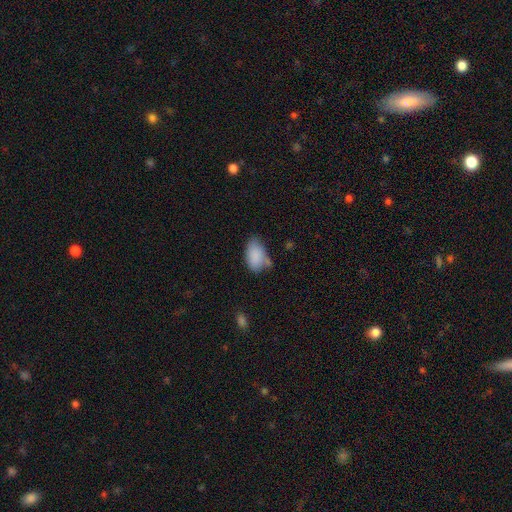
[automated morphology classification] A smooth galaxy with no disk features (85%) that is in between round and cigar-shaped (92%).

Vote fractions:
- Smooth or featured? smooth: 85% / star or artifact: 8% / featured or disk: 8%
- How rounded? in between: 92% / round: 6% / cigar-shaped: 2%
- Merging? none: 48% / minor disturbance: 31% / merger: 11% / major disturbance: 10%